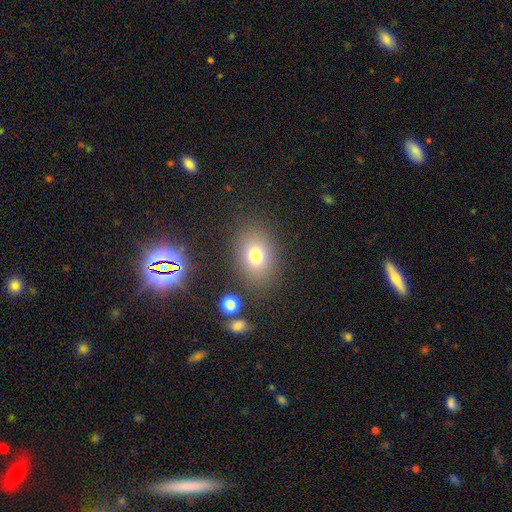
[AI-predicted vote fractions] A smooth galaxy with no disk features (74%) that is in between round and cigar-shaped (65%).

Vote fractions:
- Smooth or featured? smooth: 74% / star or artifact: 14% / featured or disk: 11%
- How rounded? in between: 65% / round: 34% / cigar-shaped: 1%
- Merging? none: 82% / minor disturbance: 11% / major disturbance: 5% / merger: 3%